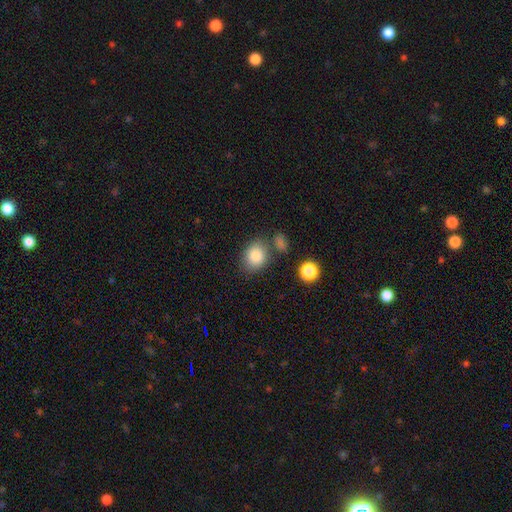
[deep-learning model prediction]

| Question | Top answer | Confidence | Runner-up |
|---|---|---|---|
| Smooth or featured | smooth | 85% | star or artifact (9%) |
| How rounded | in between | 52% | round (47%) |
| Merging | none | 68% | minor disturbance (15%) |